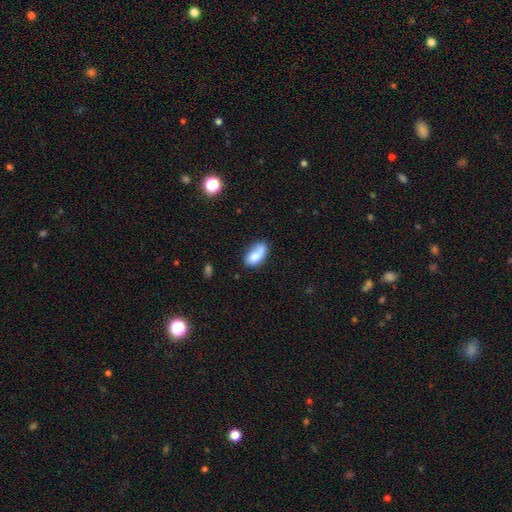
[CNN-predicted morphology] Smooth or featured? smooth (75%)
How rounded? in between (91%)
Merging? none (49%)